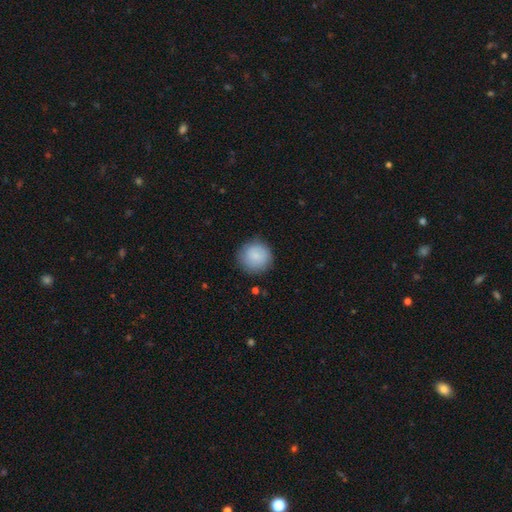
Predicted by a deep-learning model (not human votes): Smooth or featured? smooth (85%)
How rounded? round (93%)
Merging? none (84%)